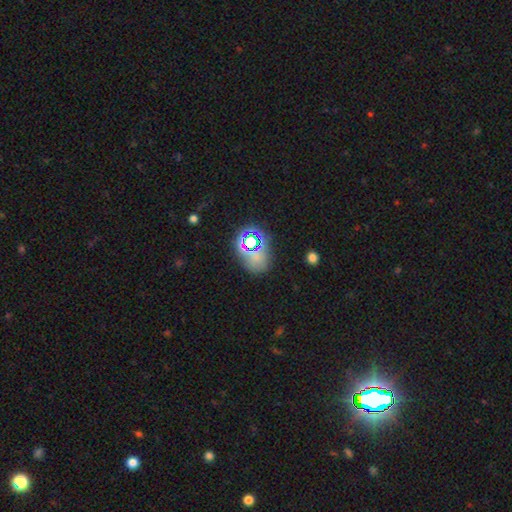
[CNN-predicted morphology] A smooth galaxy with no disk features (45%).

Vote fractions:
- Smooth or featured? smooth: 45% / star or artifact: 44% / featured or disk: 12%
- Merging? none: 69% / minor disturbance: 15% / major disturbance: 8% / merger: 8%